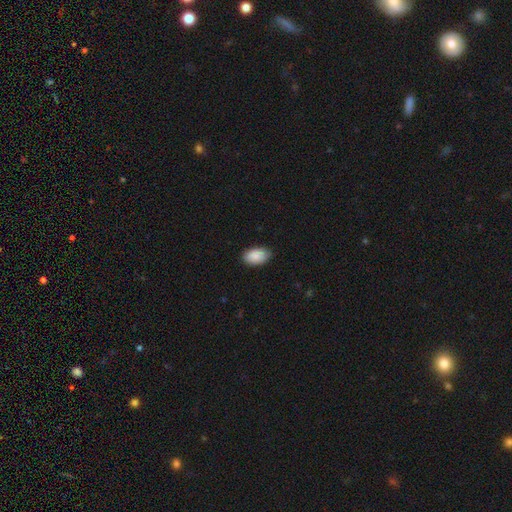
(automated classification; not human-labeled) A smooth galaxy with no disk features (90%) that is in between round and cigar-shaped (94%).

Vote fractions:
- Smooth or featured? smooth: 90% / star or artifact: 6% / featured or disk: 4%
- How rounded? in between: 94% / round: 4% / cigar-shaped: 1%
- Merging? none: 86% / minor disturbance: 11% / major disturbance: 2% / merger: 1%